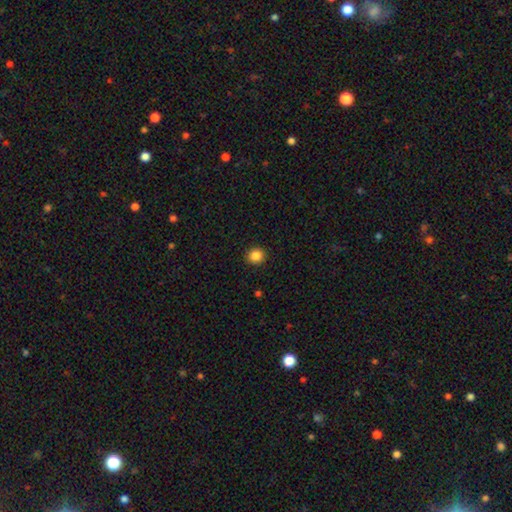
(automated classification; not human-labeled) This is clearly a smooth galaxy (86%). How rounded: clearly round (89%). Merging: clearly none (92%).